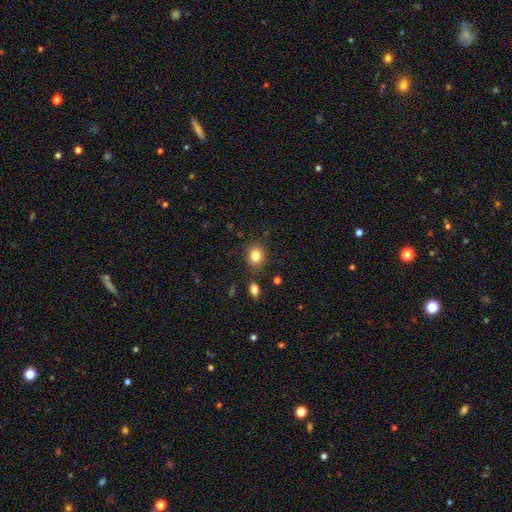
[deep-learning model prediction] smooth_or_featured: smooth (p=0.82) [alt: star or artifact p=0.11]
how_rounded: round (p=0.70) [alt: in between p=0.29]
merging: none (p=0.82) [alt: minor disturbance p=0.11]